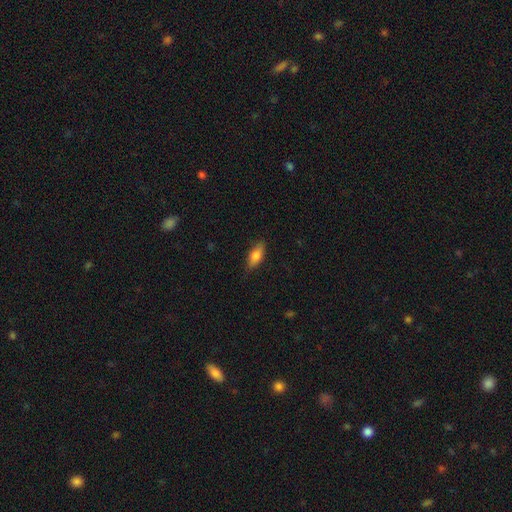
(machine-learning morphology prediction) Overall: smooth (77%). How rounded: in between (77%). Merging: none (83%).